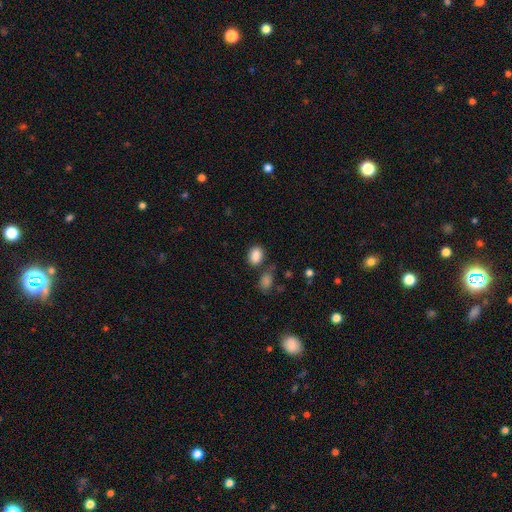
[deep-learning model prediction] Overall: smooth (87%). How rounded: in between (71%). Merging: none (68%).